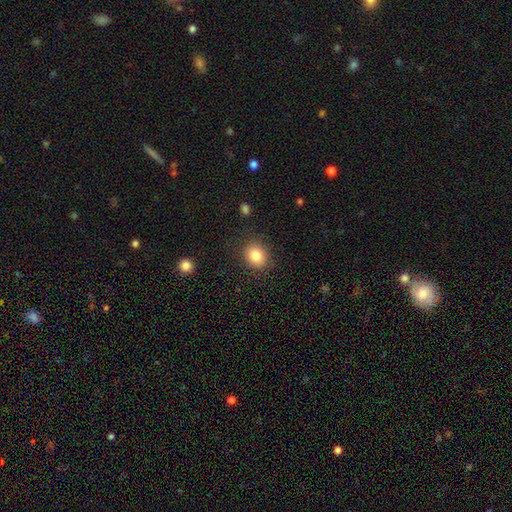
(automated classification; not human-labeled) The model was most divided on "how rounded": round: 57%, in between: 42%, cigar-shaped: 1%. More confident: merging — none (86%); smooth or featured — smooth (84%).